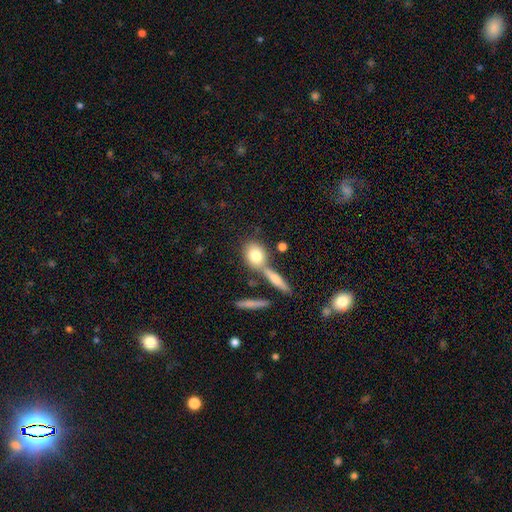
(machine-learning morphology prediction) smooth_or_featured: smooth (p=0.79) [alt: featured or disk p=0.14]
how_rounded: round (p=0.53) [alt: in between p=0.41]
merging: none (p=0.58) [alt: merger p=0.27]